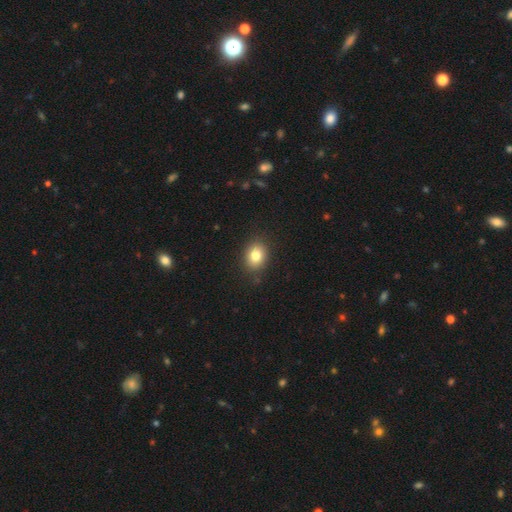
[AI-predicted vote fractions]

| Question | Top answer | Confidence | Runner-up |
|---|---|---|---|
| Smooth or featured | smooth | 81% | star or artifact (11%) |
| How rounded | round | 51% | in between (48%) |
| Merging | none | 87% | minor disturbance (9%) |